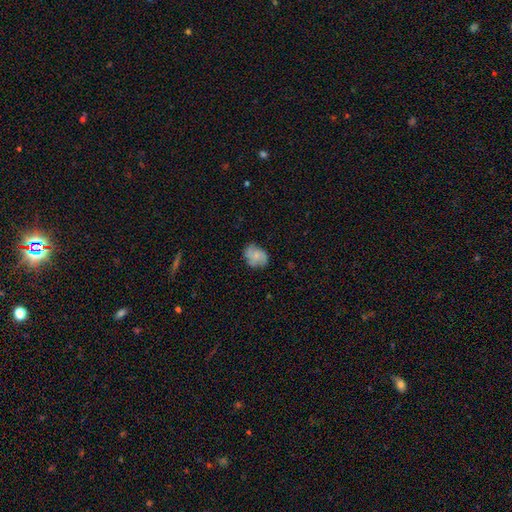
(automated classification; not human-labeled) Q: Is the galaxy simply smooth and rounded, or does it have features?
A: smooth — 47%.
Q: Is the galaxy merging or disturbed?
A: none — 69%.